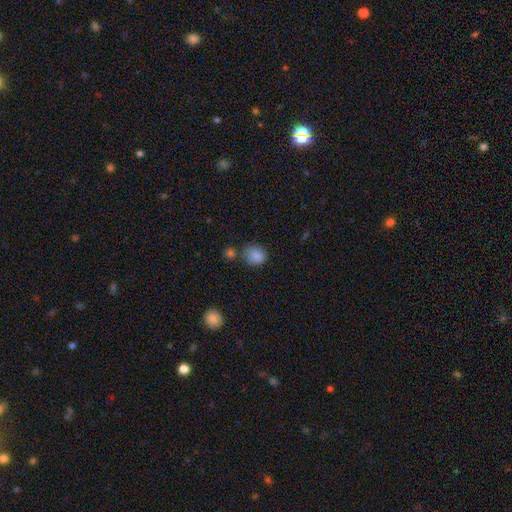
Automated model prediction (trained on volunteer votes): Smooth or featured: smooth — 86% (star or artifact — 9%)
How rounded: round — 66% (in between — 33%)
Merging: none — 67% (minor disturbance — 17%)